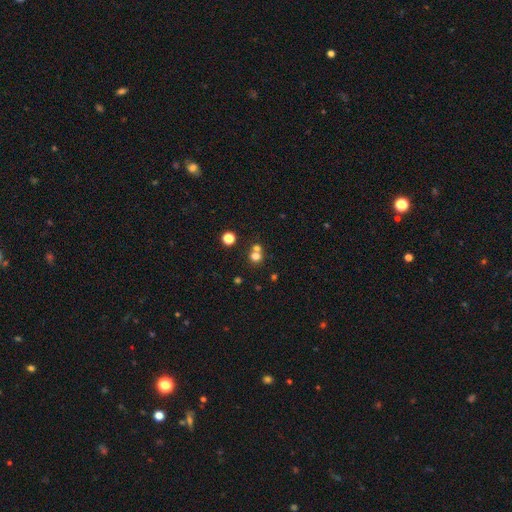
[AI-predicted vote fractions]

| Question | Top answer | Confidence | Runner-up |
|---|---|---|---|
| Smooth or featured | smooth | 71% | star or artifact (19%) |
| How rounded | round | 86% | in between (13%) |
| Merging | none | 54% | merger (37%) |